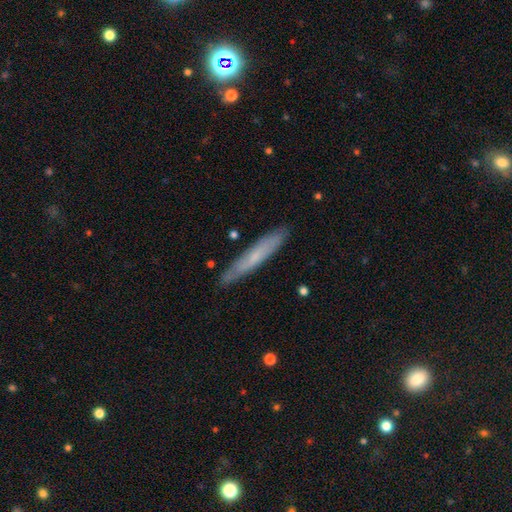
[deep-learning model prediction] Smooth or featured? smooth (55%)
How rounded? cigar-shaped (93%)
Merging? none (85%)